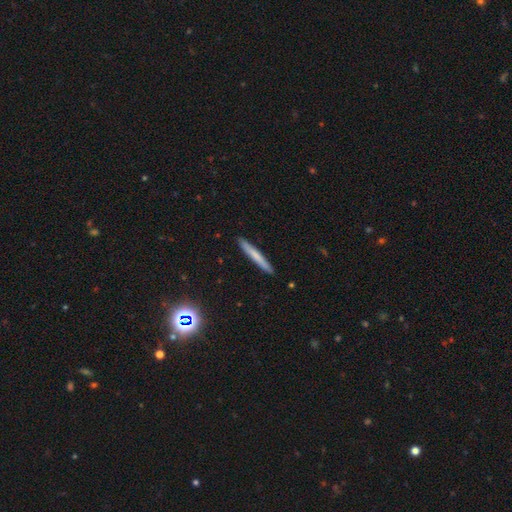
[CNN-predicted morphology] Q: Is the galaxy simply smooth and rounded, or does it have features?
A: smooth — 67%.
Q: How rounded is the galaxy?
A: cigar-shaped — 96%.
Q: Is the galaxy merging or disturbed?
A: none — 92%.